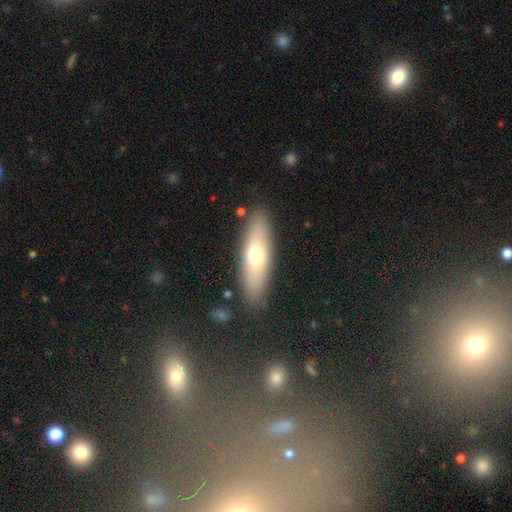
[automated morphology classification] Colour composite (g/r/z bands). It shows a smooth galaxy with no disk features (62%) that is in between round and cigar-shaped (50%). Merging: none (85%).